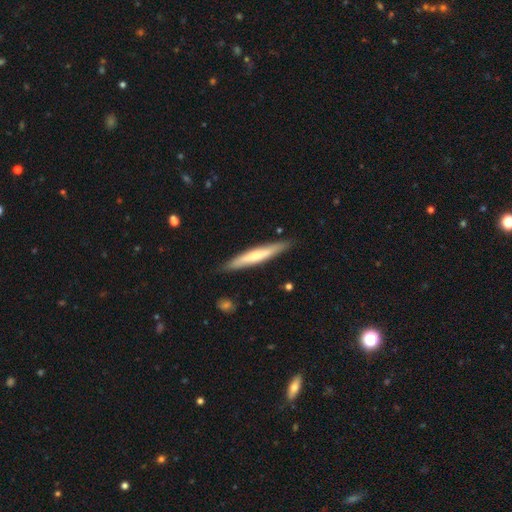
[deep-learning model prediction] smooth_or_featured: featured or disk (p=0.52) [alt: smooth p=0.41]
disk_edge_on: yes (p=0.94) [alt: no p=0.06]
merging: none (p=0.88) [alt: minor disturbance p=0.09]